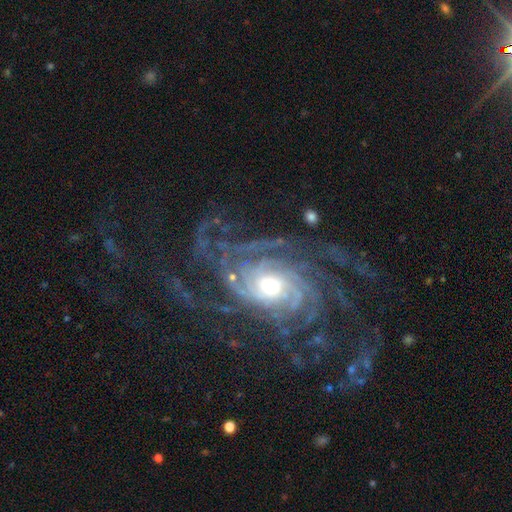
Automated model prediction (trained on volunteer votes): Smooth or featured? featured or disk (90%)
Edge-on disk? no (97%)
Bar? no (68%)
Spiral arms? yes (98%)
Spiral winding? tight (57%)
Spiral arm count? more than 4 (24%)
Bulge size? moderate (61%)
Merging? none (65%)